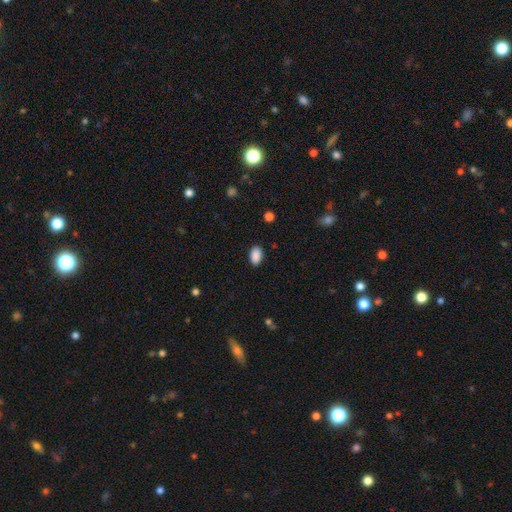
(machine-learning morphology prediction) A smooth galaxy with no disk features (90%) that is in between round and cigar-shaped (92%).

Vote fractions:
- Smooth or featured? smooth: 90% / star or artifact: 8% / featured or disk: 3%
- How rounded? in between: 92% / round: 6% / cigar-shaped: 2%
- Merging? none: 87% / minor disturbance: 9% / major disturbance: 2% / merger: 1%